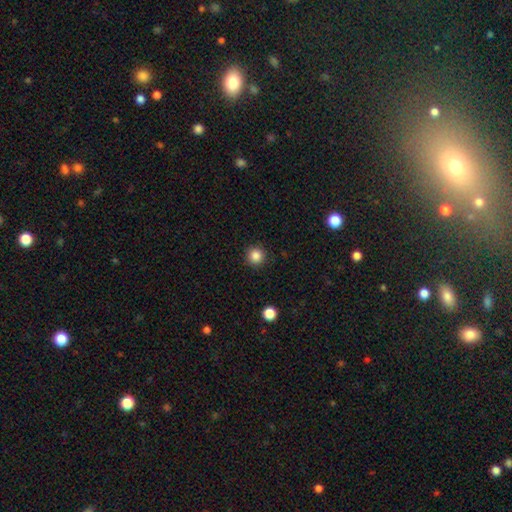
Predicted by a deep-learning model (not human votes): This appears to be a smooth galaxy with no disk features (85%) that is round (95%). Merging: none (91%).